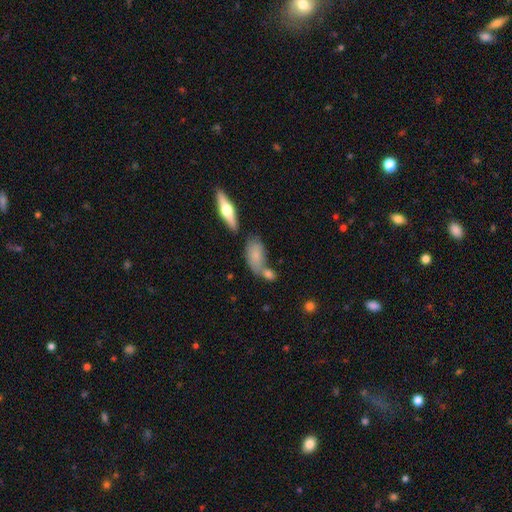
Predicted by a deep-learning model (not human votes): A smooth galaxy with no disk features (70%) that is in between round and cigar-shaped (86%).

Vote fractions:
- Smooth or featured? smooth: 70% / featured or disk: 21% / star or artifact: 9%
- How rounded? in between: 86% / cigar-shaped: 9% / round: 5%
- Merging? none: 46% / merger: 27% / minor disturbance: 20% / major disturbance: 8%